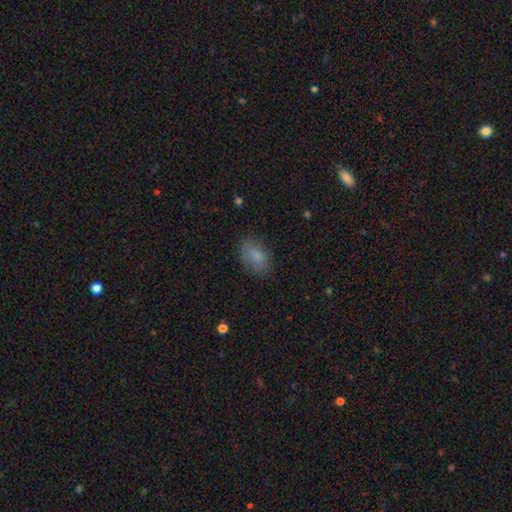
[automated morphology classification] The model was most divided on "merging": none: 77%, minor disturbance: 17%, major disturbance: 5%, merger: 1%. More confident: how rounded — in between (87%); smooth or featured — smooth (83%).